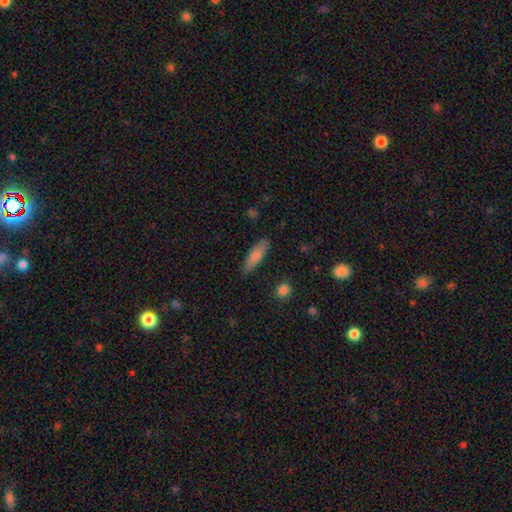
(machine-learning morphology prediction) Smooth or featured: smooth — 76% (featured or disk — 18%)
How rounded: cigar-shaped — 56% (in between — 42%)
Merging: none — 85% (minor disturbance — 12%)